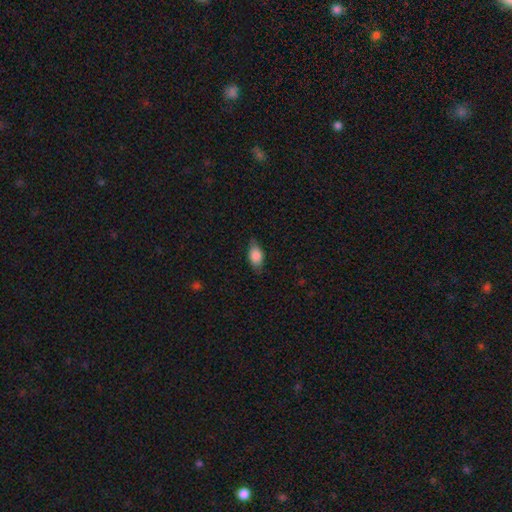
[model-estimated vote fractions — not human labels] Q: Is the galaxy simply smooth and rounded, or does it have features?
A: smooth — 82%.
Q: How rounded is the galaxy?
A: in between — 88%.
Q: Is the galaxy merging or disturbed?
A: none — 77%.